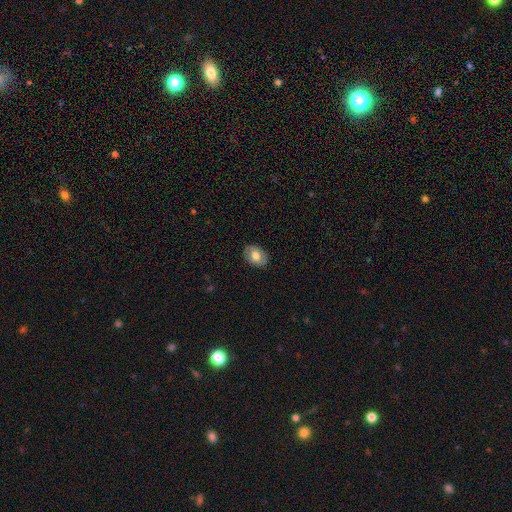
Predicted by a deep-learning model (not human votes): smooth 69%, featured or disk 24%, star or artifact 7%. Down the decision tree: how rounded — in between (74%); merging — none (86%).